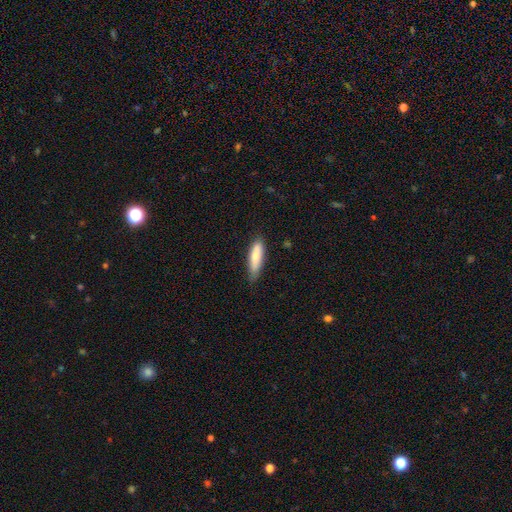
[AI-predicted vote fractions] Q: Smooth or featured?
A: smooth (79%); runner-up: featured or disk (16%)
Q: How rounded?
A: cigar-shaped (61%); runner-up: in between (37%)
Q: Merging?
A: none (76%); runner-up: minor disturbance (20%)